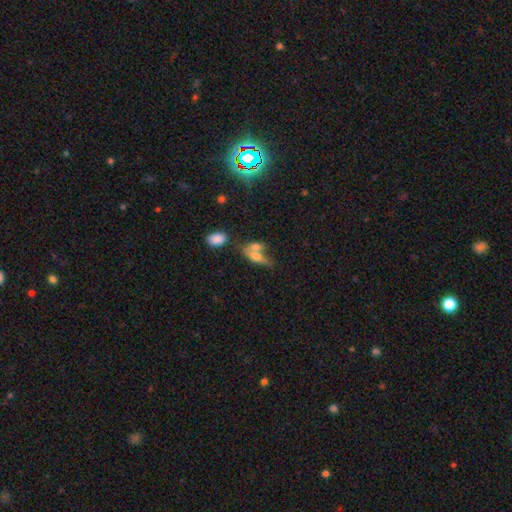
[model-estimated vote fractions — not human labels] Smooth or featured? smooth (65%)
How rounded? in between (73%)
Merging? merger (54%)